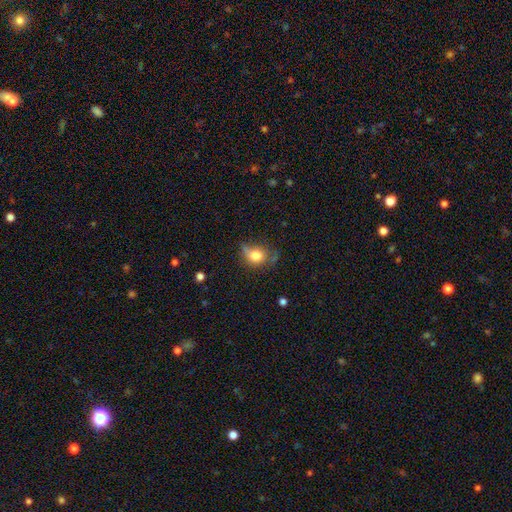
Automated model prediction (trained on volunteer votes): A smooth galaxy with no disk features (74%) that is round (64%). Merging: none (47%).